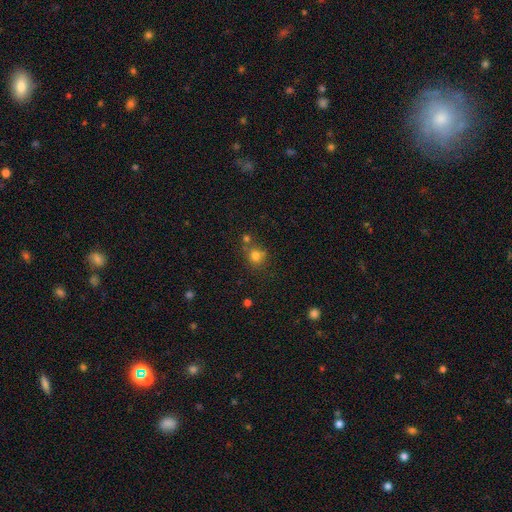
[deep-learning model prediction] This is likely a smooth galaxy (77%). How rounded: clearly round (84%). Merging: possibly none (58%).